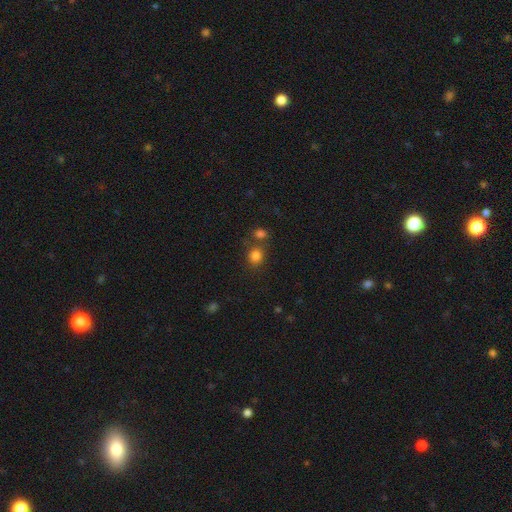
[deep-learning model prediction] smooth_or_featured: smooth (p=0.81) [alt: star or artifact p=0.13]
how_rounded: round (p=0.74) [alt: in between p=0.25]
merging: none (p=0.65) [alt: merger p=0.22]